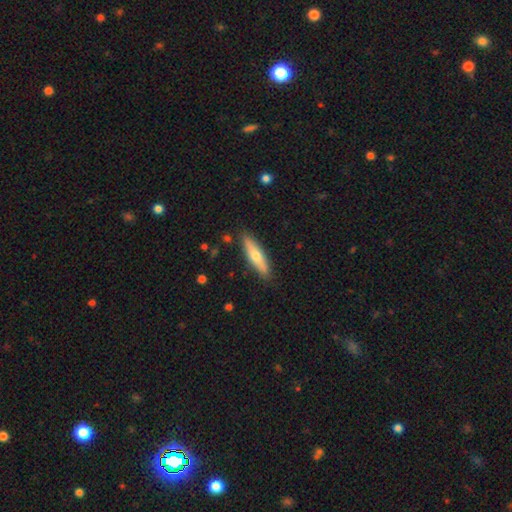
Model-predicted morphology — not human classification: type=smooth (56%); roundness=cigar-shaped (72%); merging=none (89%).